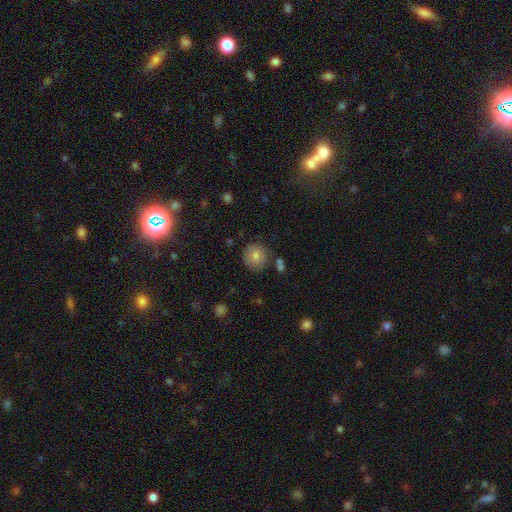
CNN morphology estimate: Q: Smooth or featured?
A: smooth (80%); runner-up: featured or disk (11%)
Q: How rounded?
A: round (91%); runner-up: in between (8%)
Q: Merging?
A: none (83%); runner-up: minor disturbance (11%)